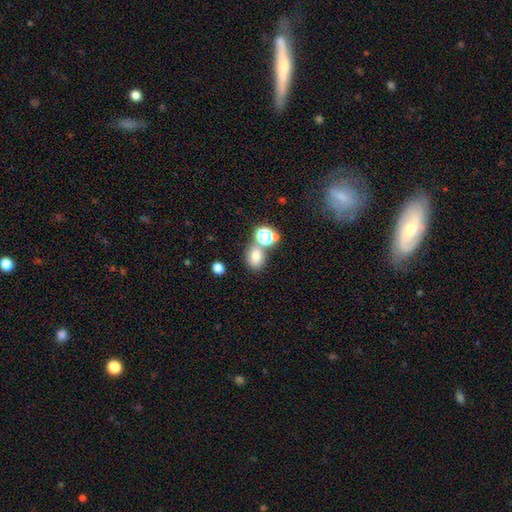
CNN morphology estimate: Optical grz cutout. It shows a smooth galaxy with no disk features (72%) that is in between round and cigar-shaped (52%). Merging: none (60%).